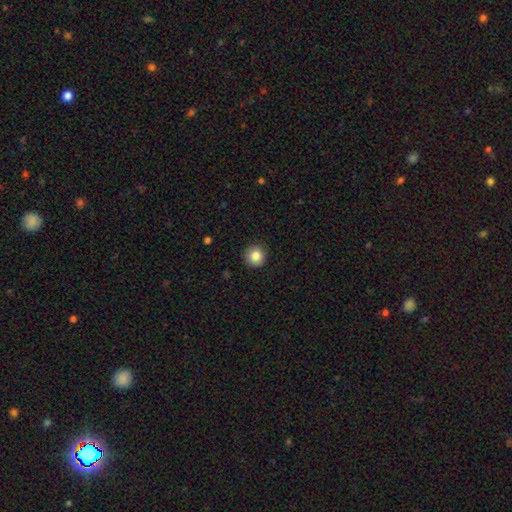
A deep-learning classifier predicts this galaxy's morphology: A smooth galaxy with no disk features (85%) that is round (95%). Merging: none (92%).